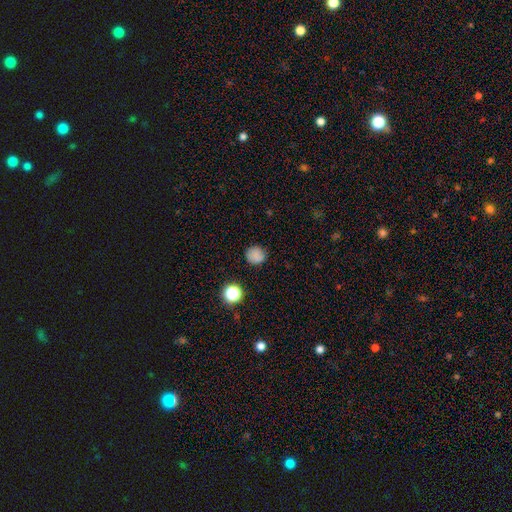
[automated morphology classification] Smooth or featured? smooth (81%)
How rounded? round (90%)
Merging? none (85%)